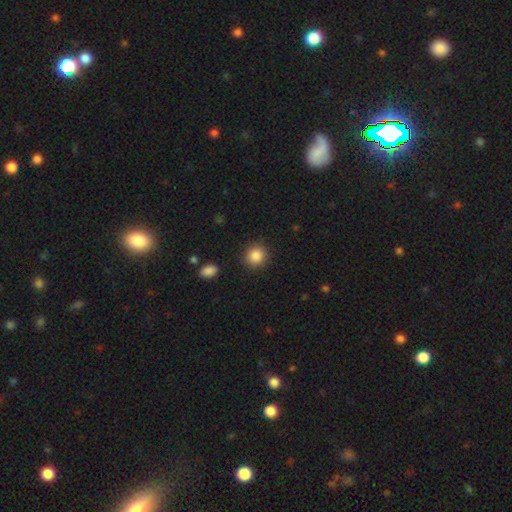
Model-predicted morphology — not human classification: smooth 87%, star or artifact 9%, featured or disk 4%. Down the decision tree: how rounded — round (87%); merging — none (89%).